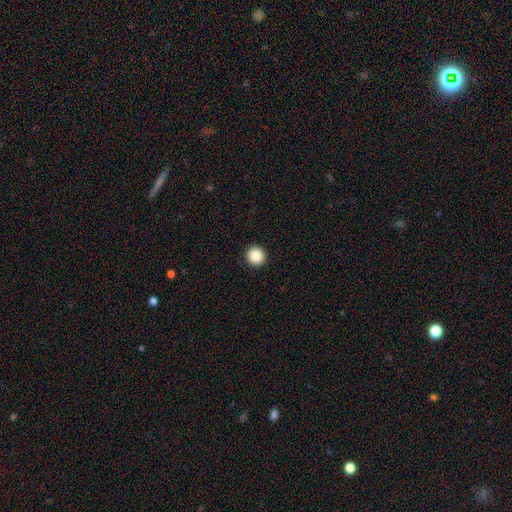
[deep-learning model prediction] smooth_or_featured: smooth (p=0.86) [alt: star or artifact p=0.09]
how_rounded: round (p=0.96) [alt: in between p=0.03]
merging: none (p=0.94) [alt: minor disturbance p=0.04]